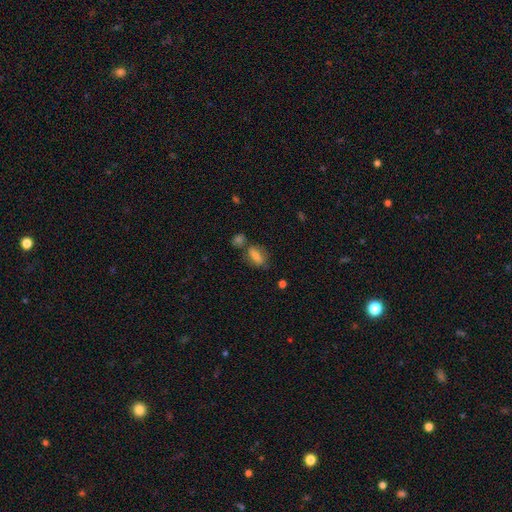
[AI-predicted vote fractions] Q: Smooth or featured?
A: smooth (68%); runner-up: featured or disk (21%)
Q: How rounded?
A: in between (75%); runner-up: cigar-shaped (14%)
Q: Merging?
A: none (57%); runner-up: merger (20%)